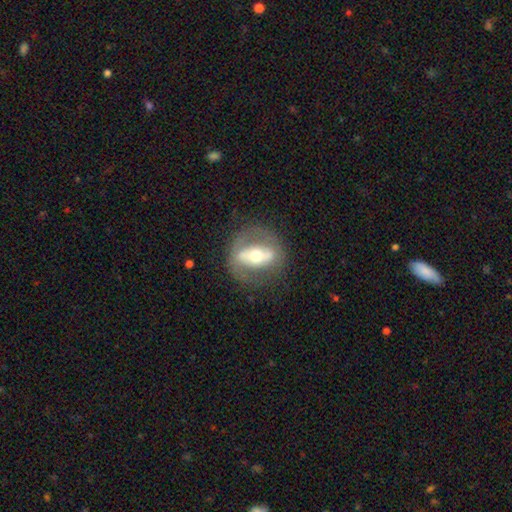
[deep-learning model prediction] This appears to be a featured or disk galaxy (64%) with a strong bar (47%), no spiral arms (73%) and a moderate central bulge (69%). Merging: none (72%).